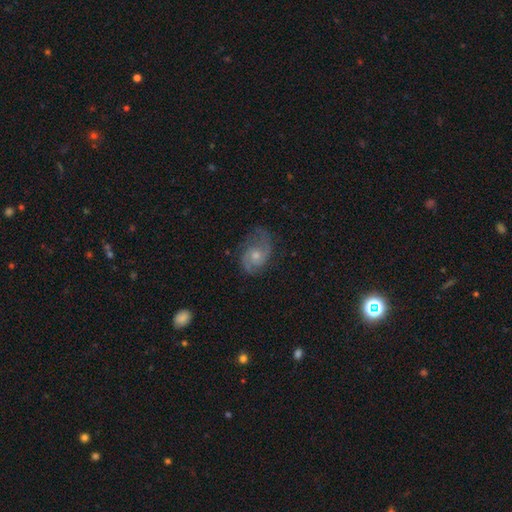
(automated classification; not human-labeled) featured or disk 80%, smooth 12%, star or artifact 9%. Down the decision tree: edge-on disk — no (97%); bar — no (71%); spiral arms — yes (95%); spiral arm count — 2 (80%); spiral winding — medium (50%); bulge size — small (48%); merging — none (73%).